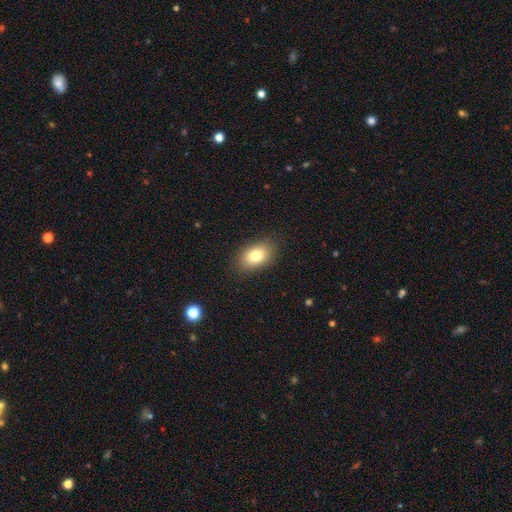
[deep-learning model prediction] smooth-or-featured: smooth: 79% | featured or disk: 12% | star or artifact: 9%
  how-rounded: in between: 87% | round: 12% | cigar-shaped: 2%
  merging: none: 87% | minor disturbance: 9% | major disturbance: 3% | merger: 1%